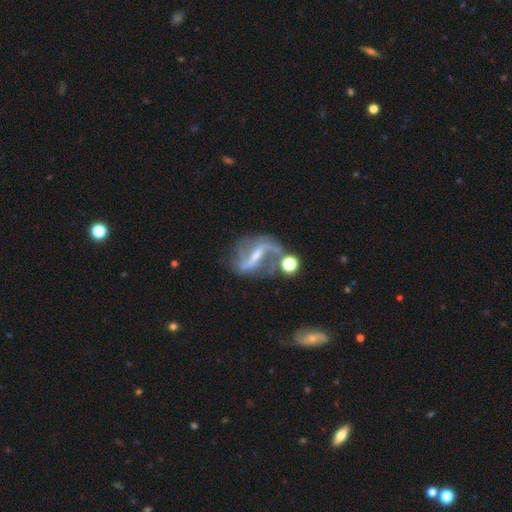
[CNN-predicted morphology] Smooth or featured?
  - featured or disk: 85% *
  - star or artifact: 8%
  - smooth: 7%
Edge-on disk?
  - no: 94% *
  - yes: 6%
Bar?
  - strong: 55% *
  - weak: 32%
  - no: 13%
Spiral arms?
  - yes: 92% *
  - no: 8%
Spiral winding?
  - loose: 67% *
  - medium: 26%
  - tight: 7%
Spiral arm count?
  - 2: 85% *
  - can't tell: 5%
  - 1: 5%
  - 3: 3%
  - 4: 1%
  - more than 4: 1%
Bulge size?
  - small: 58% *
  - moderate: 28%
  - none: 11%
  - large: 2%
  - dominant: 1%
Merging?
  - none: 53% *
  - minor disturbance: 18%
  - major disturbance: 15%
  - merger: 14%